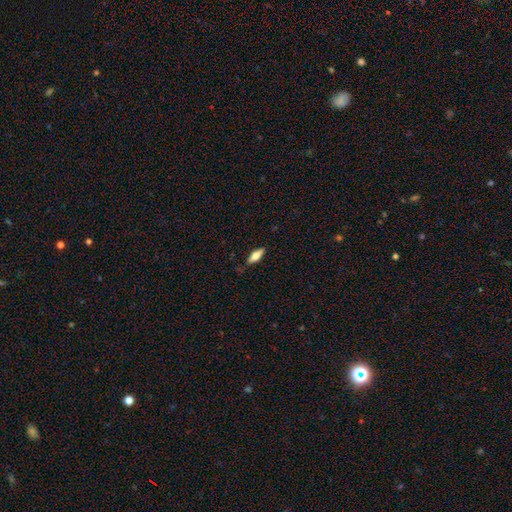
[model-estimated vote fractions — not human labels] Overall: smooth (61%; featured or disk 32%). How rounded: in between (58%; cigar-shaped 40%). Merging: none (83%).